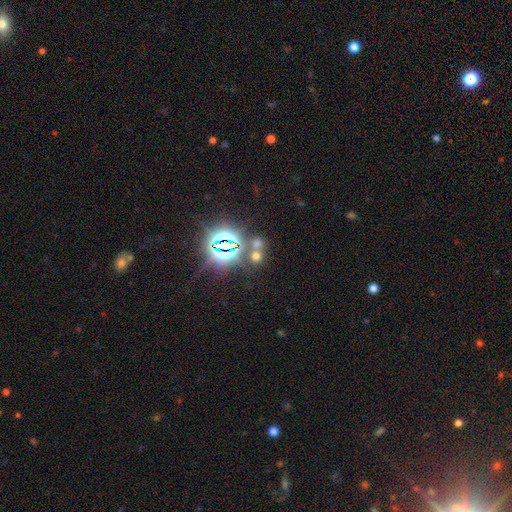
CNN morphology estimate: This is possibly a star or artifact rather than a galaxy (51%).